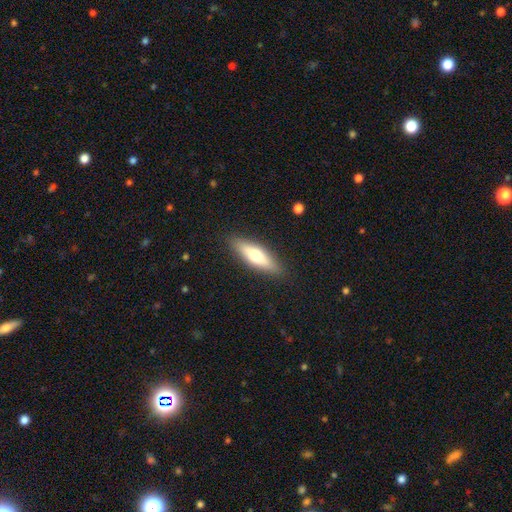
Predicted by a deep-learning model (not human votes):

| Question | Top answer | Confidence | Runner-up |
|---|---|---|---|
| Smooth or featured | smooth | 59% | featured or disk (35%) |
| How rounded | cigar-shaped | 60% | in between (38%) |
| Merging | none | 88% | minor disturbance (9%) |